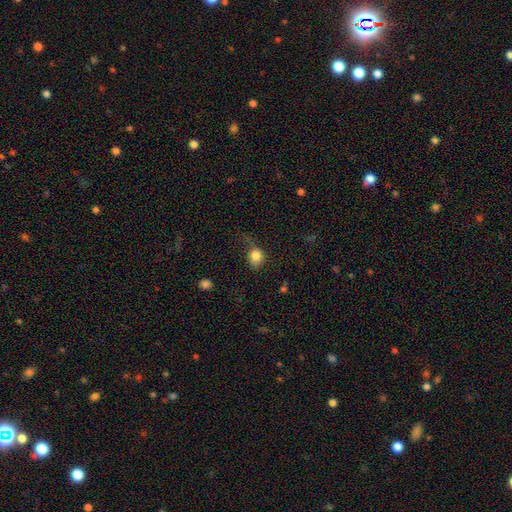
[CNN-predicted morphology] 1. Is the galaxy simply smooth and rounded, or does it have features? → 82% smooth, 10% star or artifact, 8% featured or disk.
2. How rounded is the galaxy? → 64% round, 35% in between, 1% cigar-shaped.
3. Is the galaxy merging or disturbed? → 42% none, 32% minor disturbance, 24% major disturbance, 3% merger.